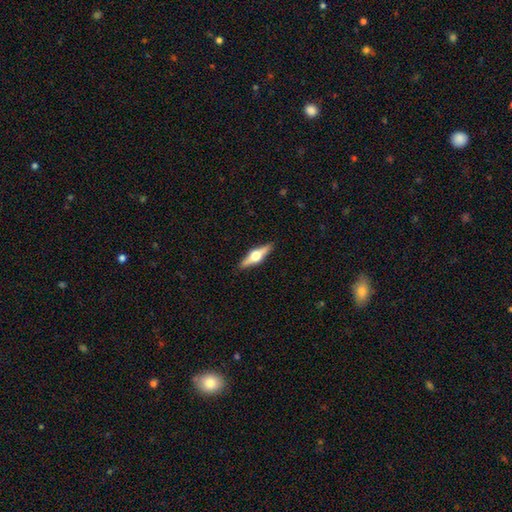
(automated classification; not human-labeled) This appears to be a featured or disk galaxy (72%) viewed edge-on (97%) with a rounded central bulge (96%). Merging: none (91%).